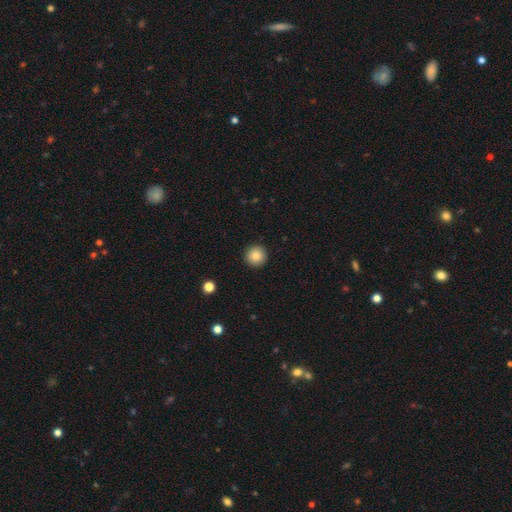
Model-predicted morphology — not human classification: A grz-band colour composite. It shows a smooth galaxy with no disk features (86%) that is round (96%). Merging: none (93%).